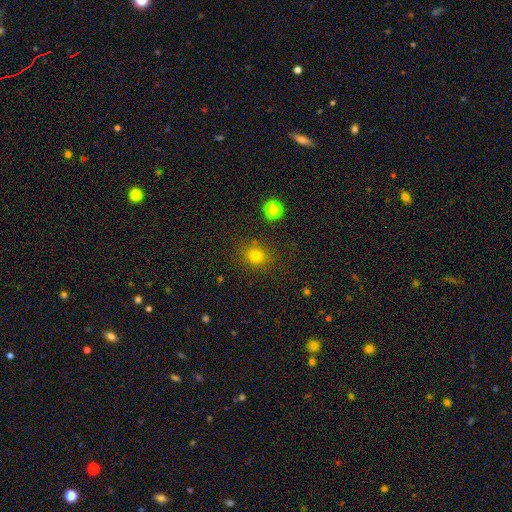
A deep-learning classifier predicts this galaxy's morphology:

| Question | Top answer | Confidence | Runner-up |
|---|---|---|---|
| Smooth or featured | smooth | 78% | star or artifact (16%) |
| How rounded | round | 73% | in between (26%) |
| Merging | none | 82% | minor disturbance (10%) |